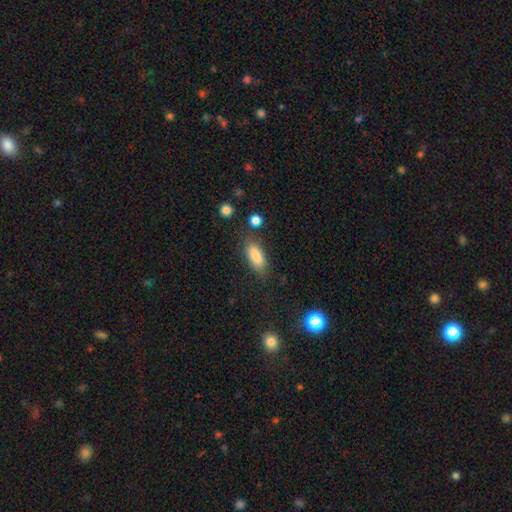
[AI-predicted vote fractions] smooth-or-featured: smooth: 83% | featured or disk: 9% | star or artifact: 8%
  how-rounded: in between: 76% | cigar-shaped: 21% | round: 3%
  merging: none: 78% | minor disturbance: 14% | major disturbance: 4% | merger: 4%